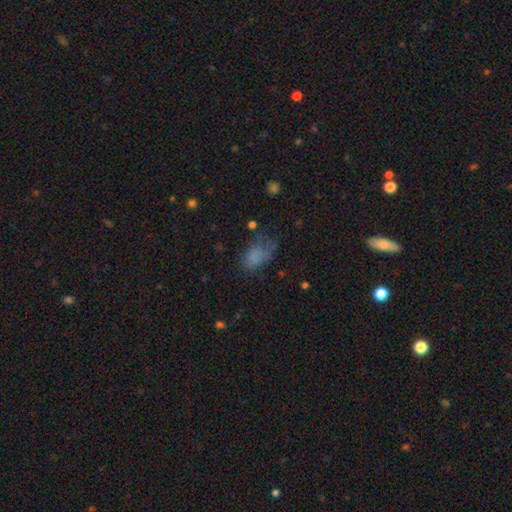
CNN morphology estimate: A smooth galaxy with no disk features (73%) that is in between round and cigar-shaped (87%).

Vote fractions:
- Smooth or featured? smooth: 73% / star or artifact: 14% / featured or disk: 14%
- How rounded? in between: 87% / round: 10% / cigar-shaped: 3%
- Merging? none: 41% / minor disturbance: 30% / major disturbance: 25% / merger: 4%